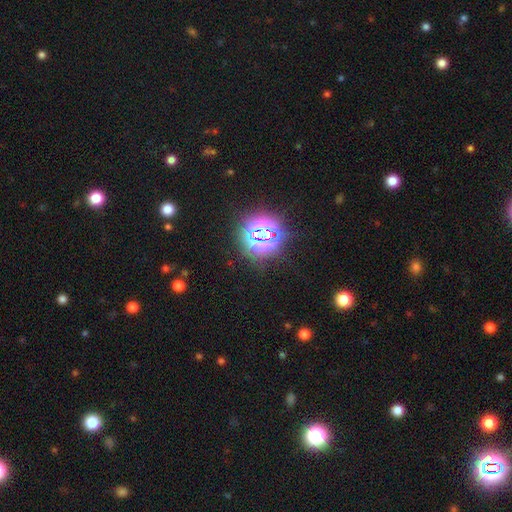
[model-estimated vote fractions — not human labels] Smooth or featured? Predicted: star or artifact (p=0.75).